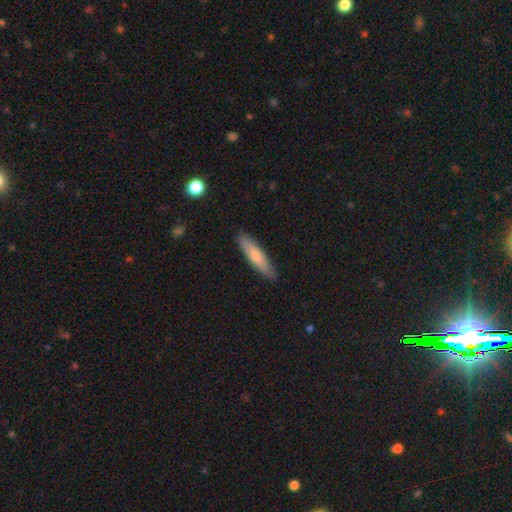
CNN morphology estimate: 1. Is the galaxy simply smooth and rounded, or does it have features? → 75% smooth, 20% featured or disk, 5% star or artifact.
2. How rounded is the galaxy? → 77% cigar-shaped, 22% in between, 1% round.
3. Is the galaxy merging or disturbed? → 88% none, 9% minor disturbance, 2% major disturbance, 1% merger.